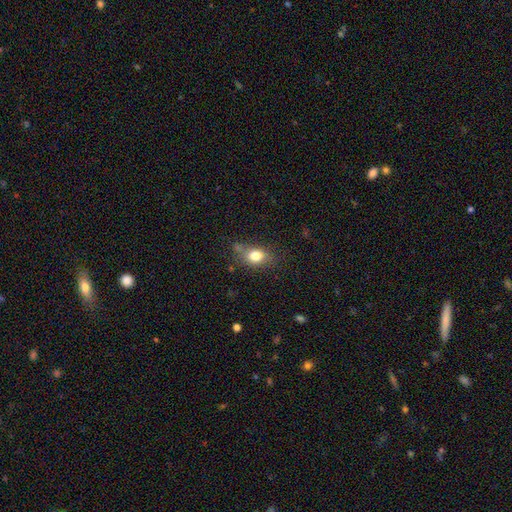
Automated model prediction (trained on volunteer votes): Smooth or featured? Predicted: smooth (p=0.78). How rounded? Predicted: in between (p=0.70). Merging? Predicted: none (p=0.64).